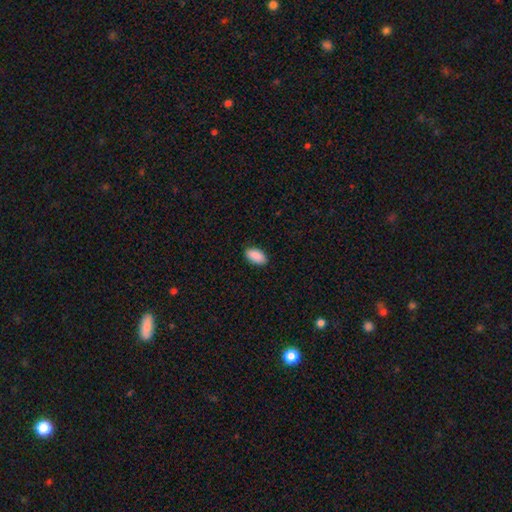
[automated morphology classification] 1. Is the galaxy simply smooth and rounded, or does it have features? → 91% smooth, 6% star or artifact, 3% featured or disk.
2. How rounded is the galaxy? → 95% in between, 3% round, 2% cigar-shaped.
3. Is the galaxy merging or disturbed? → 90% none, 8% minor disturbance, 2% major disturbance, 1% merger.